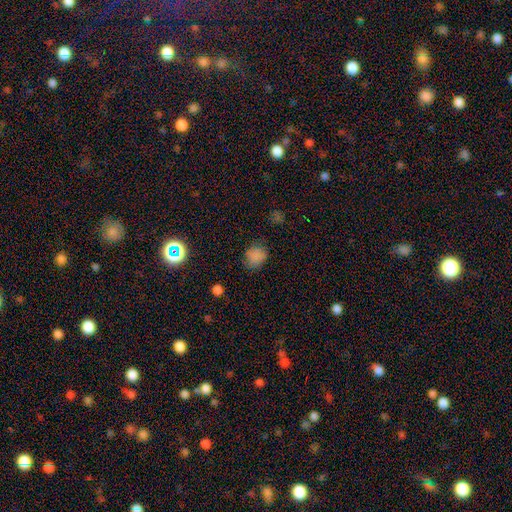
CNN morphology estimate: This appears to be a smooth galaxy with no disk features (76%) that is round (63%). Merging: none (75%).